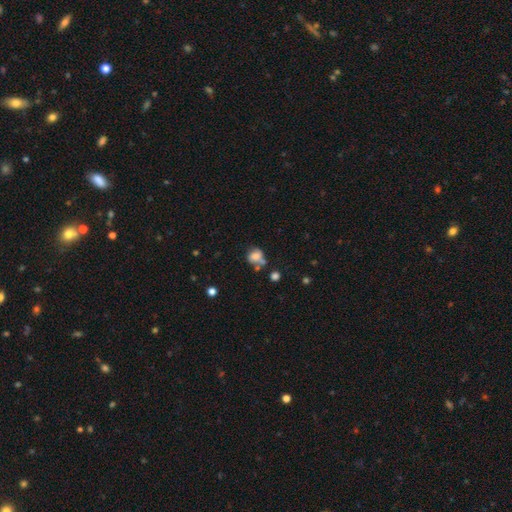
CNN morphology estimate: This appears to be a smooth galaxy with no disk features (70%) that is round (58%). Merging: none (37%).